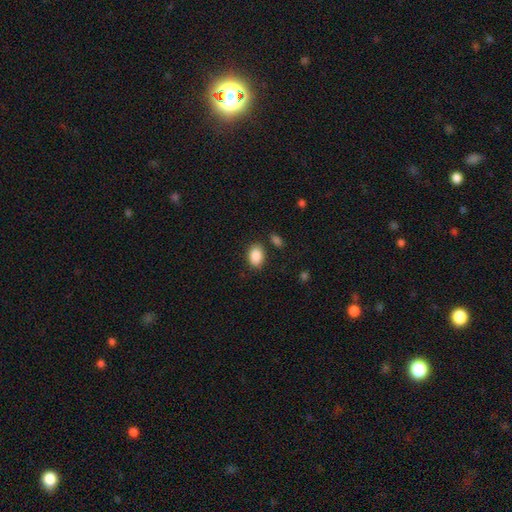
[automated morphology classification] Q: Smooth or featured?
A: smooth (89%); runner-up: star or artifact (7%)
Q: How rounded?
A: in between (83%); runner-up: round (16%)
Q: Merging?
A: none (79%); runner-up: minor disturbance (12%)